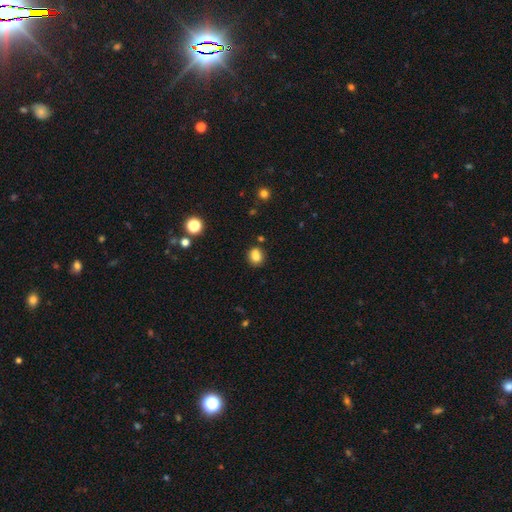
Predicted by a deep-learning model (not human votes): A smooth galaxy with no disk features (81%) that is round (60%). Merging: none (67%).